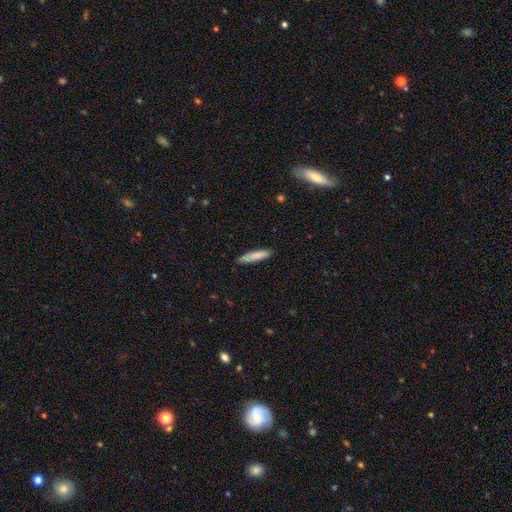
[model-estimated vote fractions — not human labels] Smooth or featured: smooth — 83% (featured or disk — 11%)
How rounded: cigar-shaped — 85% (in between — 14%)
Merging: none — 86% (minor disturbance — 11%)